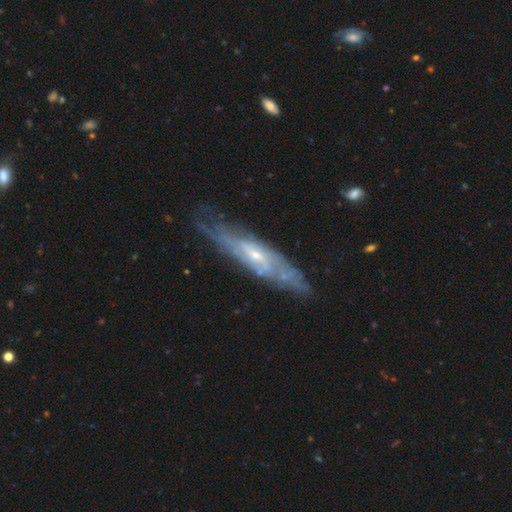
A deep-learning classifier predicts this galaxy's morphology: The model was most divided on "edge-on disk": no: 60%, yes: 40%. More confident: smooth or featured — featured or disk (79%); merging — none (72%).